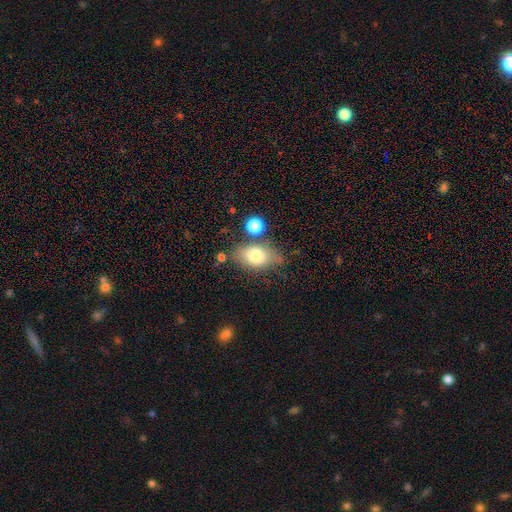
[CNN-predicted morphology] Smooth or featured?
  - smooth: 73% *
  - featured or disk: 18%
  - star or artifact: 9%
How rounded?
  - in between: 82% *
  - round: 15%
  - cigar-shaped: 3%
Merging?
  - none: 61% *
  - minor disturbance: 21%
  - merger: 10%
  - major disturbance: 7%